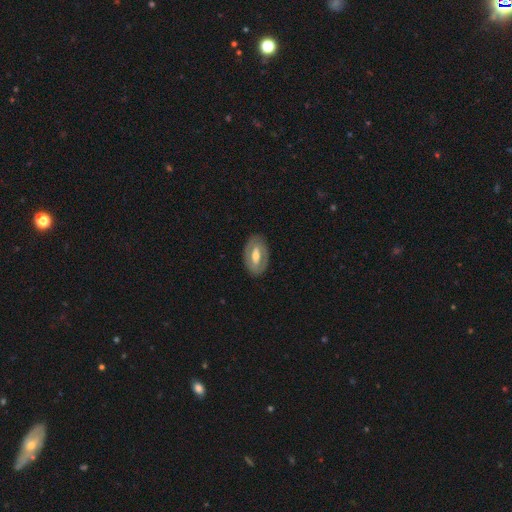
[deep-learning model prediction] This is likely a featured or disk galaxy (61%). It is clearly not viewed edge-on (91%). Bar: marginally strong (37%, tied with weak). Spiral arm pattern: likely no (66%). Central bulge: likely moderate (68%). Merging: clearly none (84%).